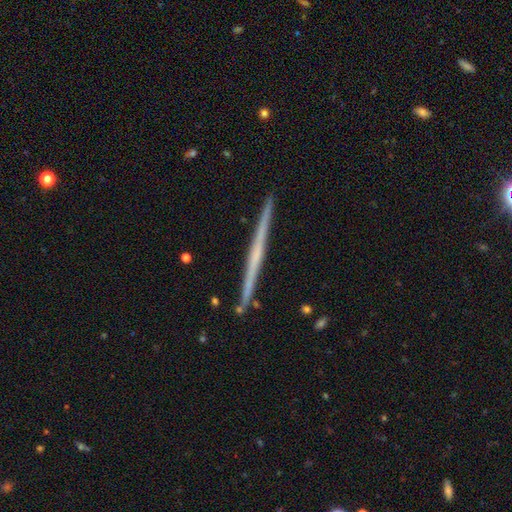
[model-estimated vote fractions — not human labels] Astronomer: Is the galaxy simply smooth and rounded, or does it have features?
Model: featured or disk — 68%.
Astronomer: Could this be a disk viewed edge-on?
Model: yes — 98%.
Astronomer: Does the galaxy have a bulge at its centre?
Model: none — 79%.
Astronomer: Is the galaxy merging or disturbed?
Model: none — 92%.